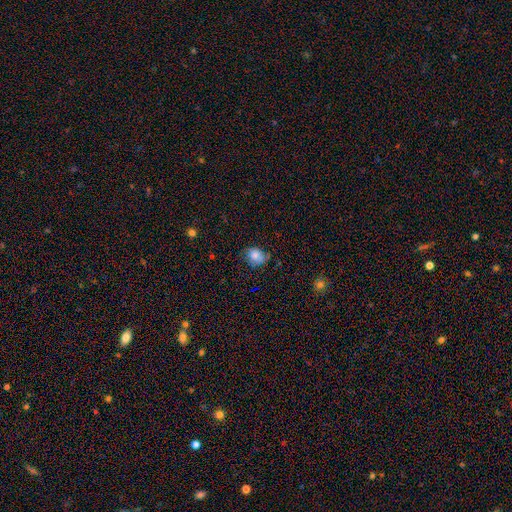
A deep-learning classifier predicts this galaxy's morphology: Smooth or featured? smooth (76%)
How rounded? round (54%)
Merging? none (61%)